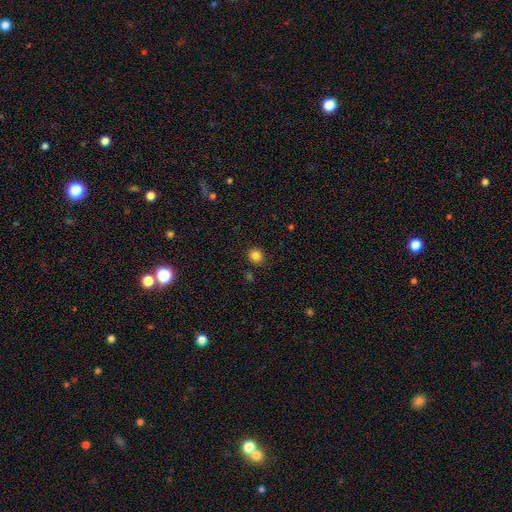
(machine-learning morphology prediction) This appears to be a smooth galaxy with no disk features (84%) that is round (87%). Merging: none (89%).